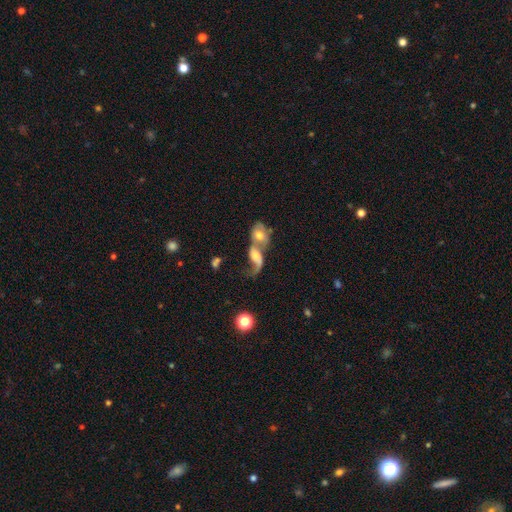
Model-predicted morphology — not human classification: The model was most divided on "bulge size": moderate: 42%, small: 21%, large: 18%, none: 16%, dominant: 4%. More confident: edge-on disk — no (93%); spiral arms — yes (75%); merging — merger (73%); bar — no (60%); smooth or featured — featured or disk (57%).